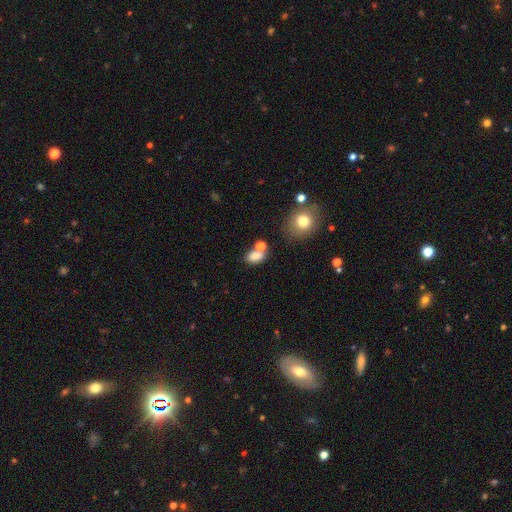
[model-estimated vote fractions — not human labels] Smooth or featured?
  - smooth: 78% *
  - star or artifact: 12%
  - featured or disk: 10%
How rounded?
  - in between: 79% *
  - round: 19%
  - cigar-shaped: 2%
Merging?
  - none: 48% *
  - merger: 31%
  - minor disturbance: 14%
  - major disturbance: 7%